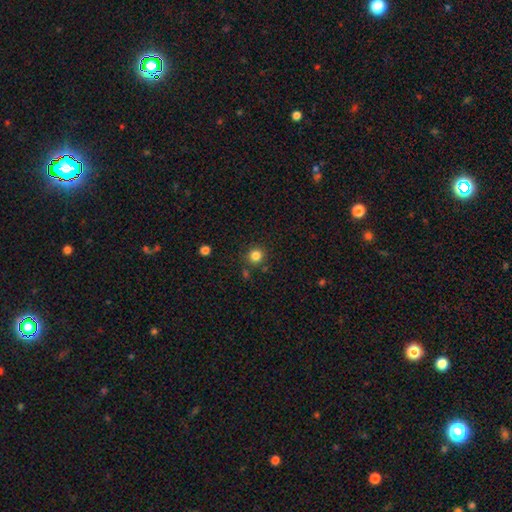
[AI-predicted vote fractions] The model was most divided on "smooth or featured": smooth: 83%, star or artifact: 13%, featured or disk: 4%. More confident: how rounded — round (93%); merging — none (85%).